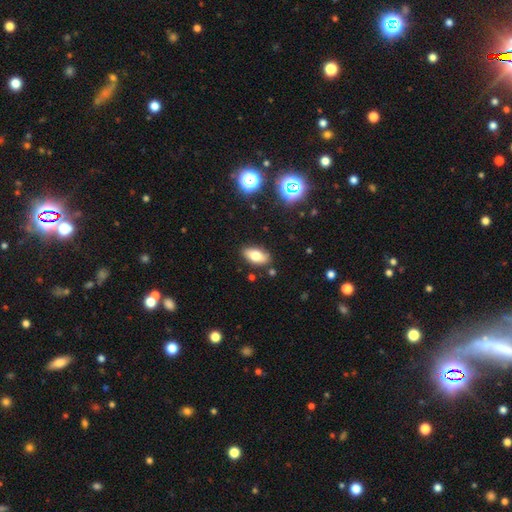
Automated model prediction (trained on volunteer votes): This is likely a smooth galaxy (73%). How rounded: clearly in between (89%). Merging: clearly none (85%).